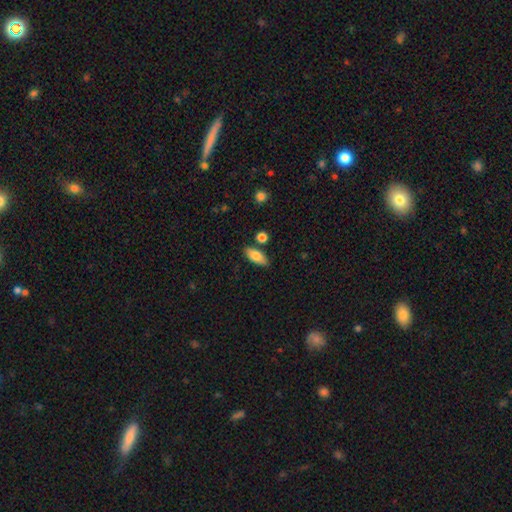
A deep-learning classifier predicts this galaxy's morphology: type=smooth (80%); roundness=in between (83%); merging=none (80%).